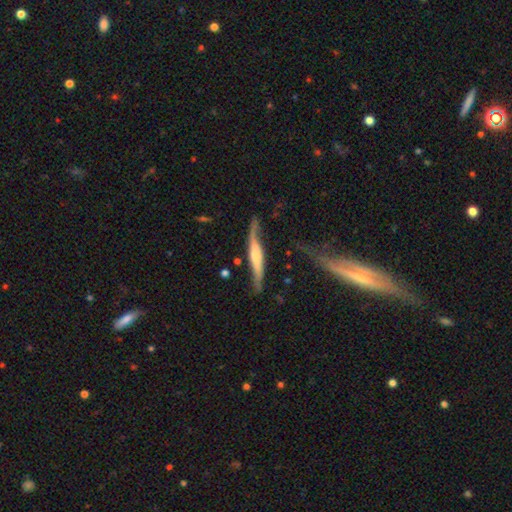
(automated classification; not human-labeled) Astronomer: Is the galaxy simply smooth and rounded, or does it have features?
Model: featured or disk — 64%.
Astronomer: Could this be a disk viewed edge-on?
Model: yes — 73%.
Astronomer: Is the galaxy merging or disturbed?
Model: none — 49% (runner-up: minor disturbance, 28%).